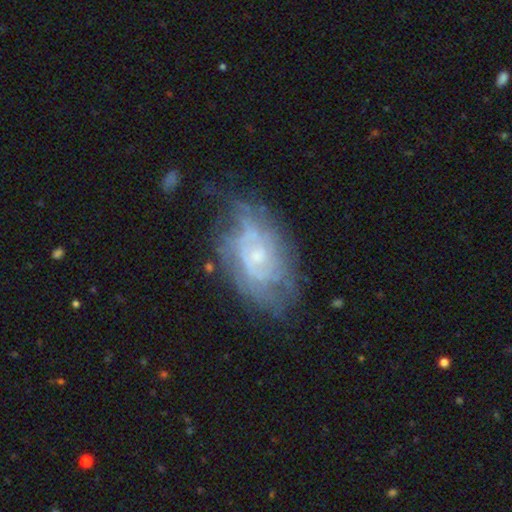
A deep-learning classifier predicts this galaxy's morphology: Q: Smooth or featured?
A: featured or disk (77%); runner-up: smooth (15%)
Q: Edge-on disk?
A: no (95%); runner-up: yes (5%)
Q: Bar?
A: no (66%); runner-up: weak (29%)
Q: Spiral arms?
A: yes (83%); runner-up: no (17%)
Q: Spiral winding?
A: tight (57%); runner-up: medium (33%)
Q: Spiral arm count?
A: can't tell (50%); runner-up: 2 (25%)
Q: Bulge size?
A: small (57%); runner-up: moderate (32%)
Q: Merging?
A: none (58%); runner-up: minor disturbance (25%)